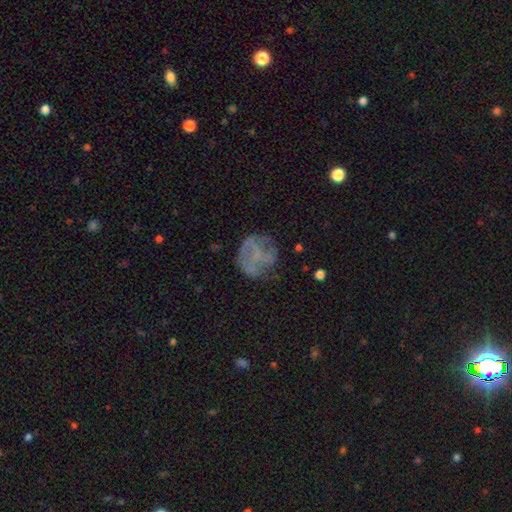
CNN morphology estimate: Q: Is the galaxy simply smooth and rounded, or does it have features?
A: featured or disk — 51%.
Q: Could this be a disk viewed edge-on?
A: no — 98%.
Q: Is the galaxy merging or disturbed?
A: none — 58%.